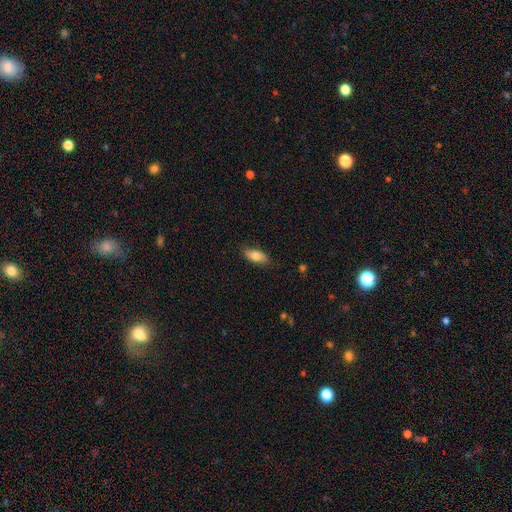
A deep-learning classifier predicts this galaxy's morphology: This appears to be a smooth galaxy with no disk features (76%) that is in between round and cigar-shaped (84%). Merging: none (81%).